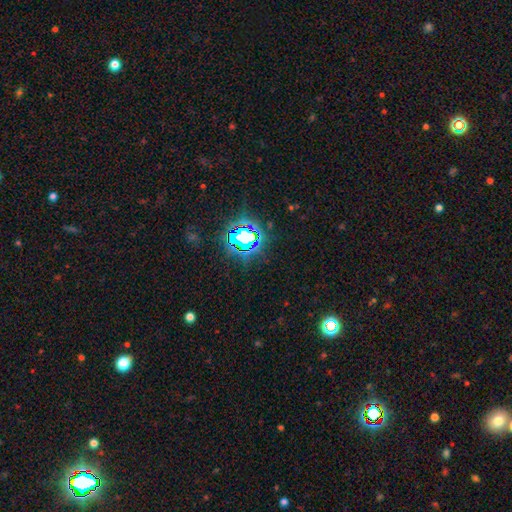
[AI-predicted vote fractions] Smooth or featured? star or artifact (81%)